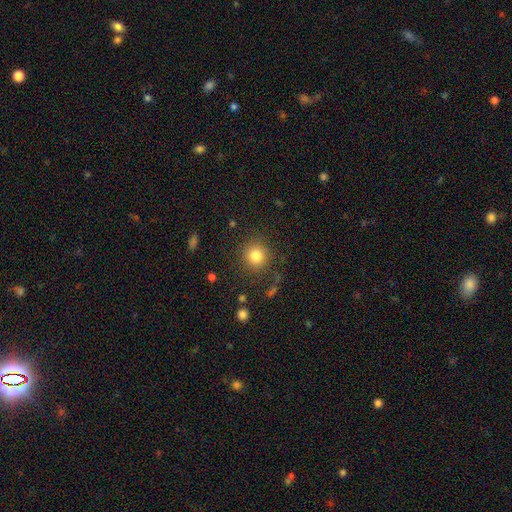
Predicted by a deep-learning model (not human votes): Smooth or featured: smooth — 82% (star or artifact — 12%)
How rounded: round — 92% (in between — 7%)
Merging: none — 86% (minor disturbance — 9%)